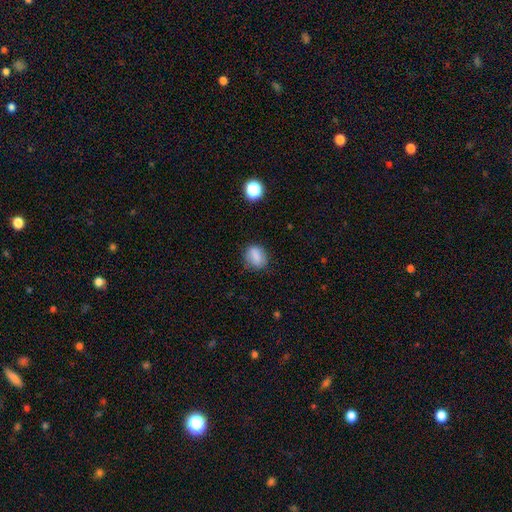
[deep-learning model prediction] This appears to be a smooth galaxy with no disk features (80%) that is in between round and cigar-shaped (54%). Merging: none (77%).